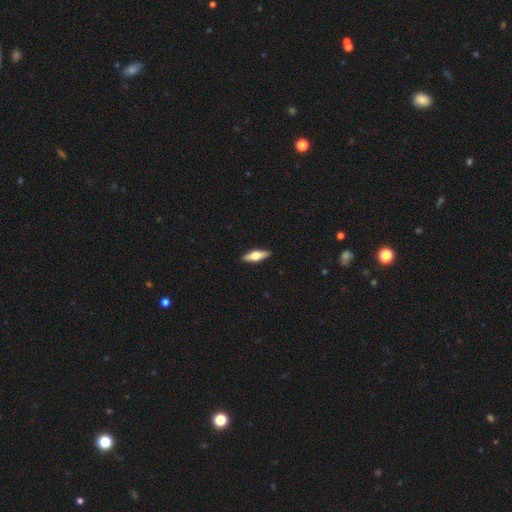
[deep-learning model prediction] Overall: smooth (48%; featured or disk 46%). Merging: none (91%).